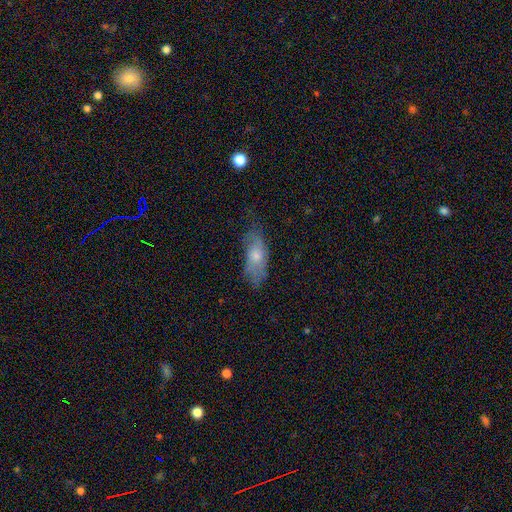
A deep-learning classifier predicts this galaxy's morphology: Smooth or featured: smooth — 55% (featured or disk — 37%)
How rounded: in between — 76% (cigar-shaped — 21%)
Merging: none — 59% (minor disturbance — 30%)